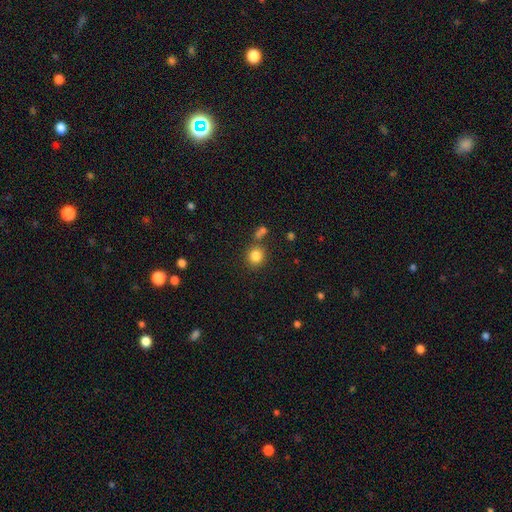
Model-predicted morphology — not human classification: A smooth galaxy with no disk features (83%) that is round (85%).

Vote fractions:
- Smooth or featured? smooth: 83% / star or artifact: 11% / featured or disk: 5%
- How rounded? round: 85% / in between: 14% / cigar-shaped: 1%
- Merging? none: 75% / merger: 12% / minor disturbance: 10% / major disturbance: 4%